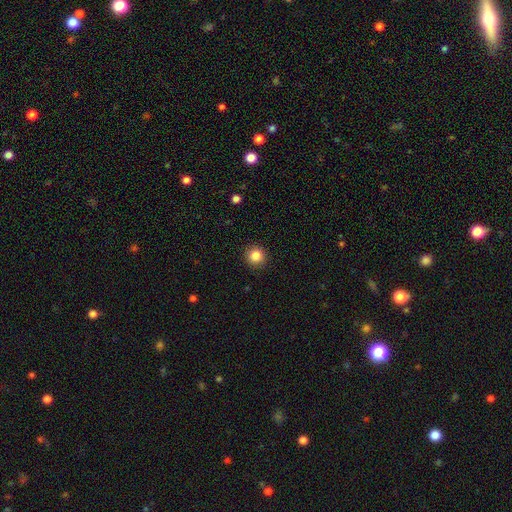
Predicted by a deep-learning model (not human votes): Q: Smooth or featured?
A: smooth (85%); runner-up: star or artifact (11%)
Q: How rounded?
A: round (93%); runner-up: in between (6%)
Q: Merging?
A: none (92%); runner-up: minor disturbance (5%)